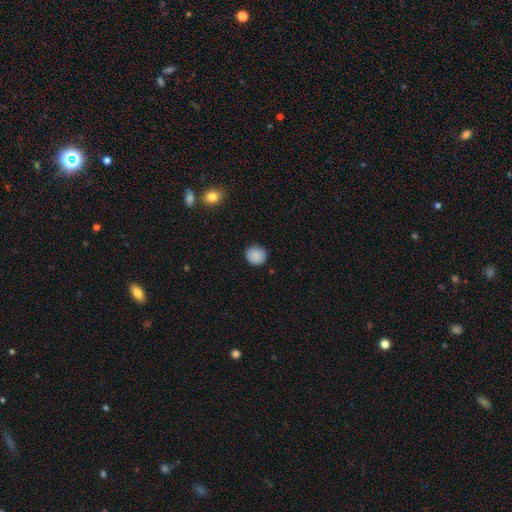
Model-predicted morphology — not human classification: smooth-or-featured: smooth: 86% | star or artifact: 8% | featured or disk: 6%
  how-rounded: round: 83% | in between: 16% | cigar-shaped: 1%
  merging: none: 84% | minor disturbance: 12% | major disturbance: 2% | merger: 1%